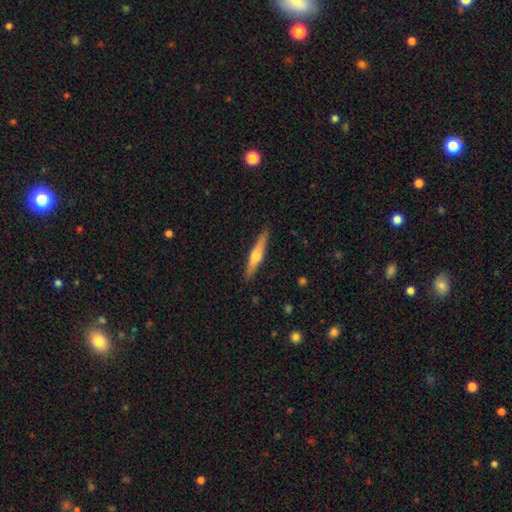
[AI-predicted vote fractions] featured or disk 56%, smooth 38%, star or artifact 6%. Down the decision tree: edge-on disk — yes (97%); edge-on bulge — rounded (86%); merging — none (90%).